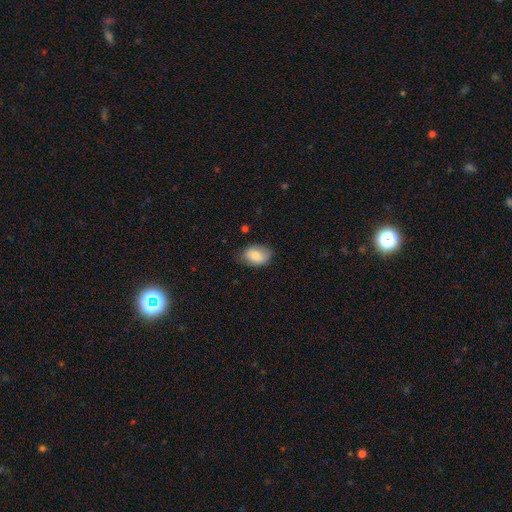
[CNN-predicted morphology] Smooth or featured: smooth — 79% (featured or disk — 14%)
How rounded: in between — 82% (round — 17%)
Merging: none — 72% (minor disturbance — 22%)